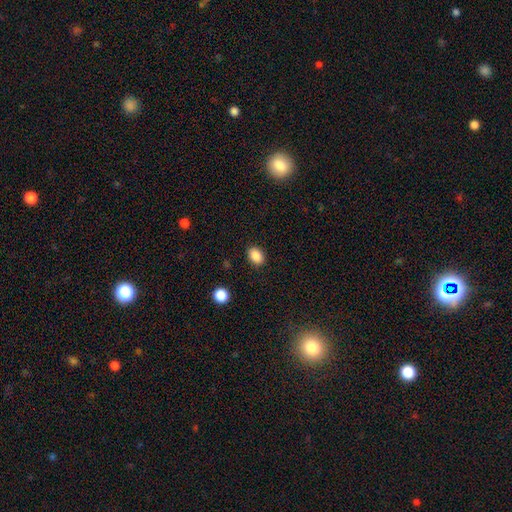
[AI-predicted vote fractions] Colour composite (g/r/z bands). It shows a smooth galaxy with no disk features (88%) that is in between round and cigar-shaped (75%). Merging: none (88%).